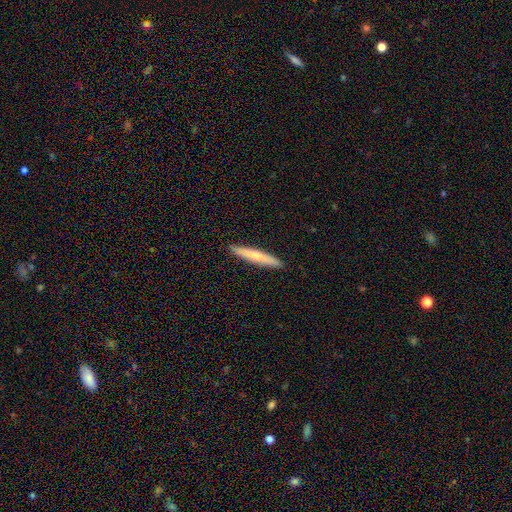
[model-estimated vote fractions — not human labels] Smooth or featured?
  - smooth: 59% *
  - featured or disk: 36%
  - star or artifact: 5%
How rounded?
  - cigar-shaped: 94% *
  - in between: 4%
  - round: 1%
Merging?
  - none: 92% *
  - minor disturbance: 6%
  - major disturbance: 1%
  - merger: 1%